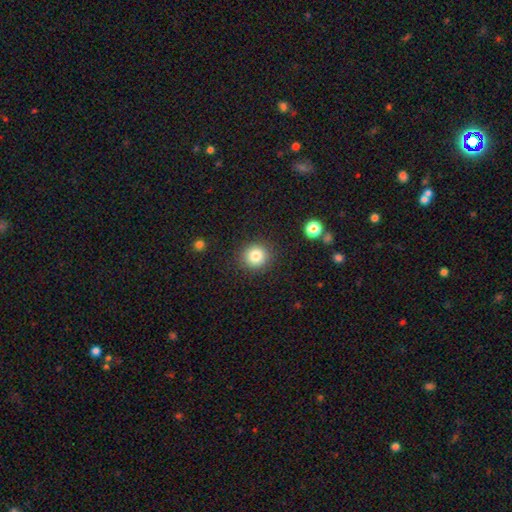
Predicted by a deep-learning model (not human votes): This is clearly a smooth galaxy (82%). How rounded: clearly round (91%). Merging: clearly none (89%).